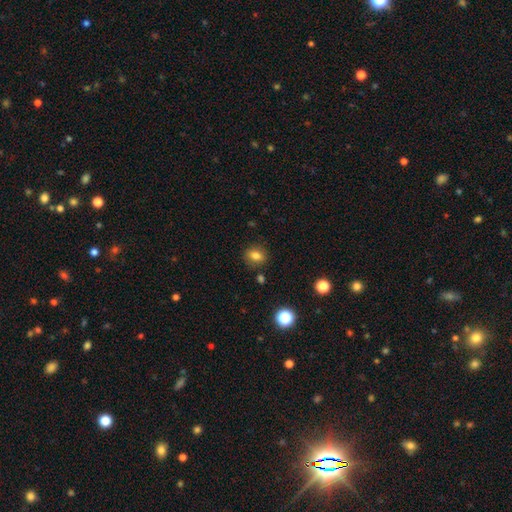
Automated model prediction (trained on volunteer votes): smooth-or-featured: smooth: 79% | star or artifact: 12% | featured or disk: 9%
  how-rounded: in between: 52% | round: 46% | cigar-shaped: 2%
  merging: none: 85% | minor disturbance: 10% | major disturbance: 3% | merger: 2%